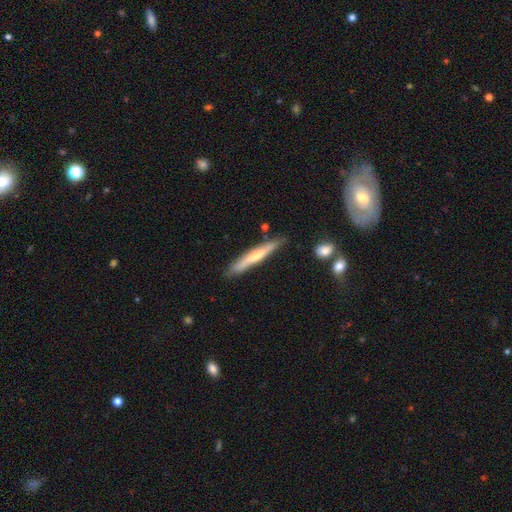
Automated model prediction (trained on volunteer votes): smooth_or_featured: featured or disk (p=0.47) [tied with: smooth p=0.47]
merging: none (p=0.81) [alt: minor disturbance p=0.14]